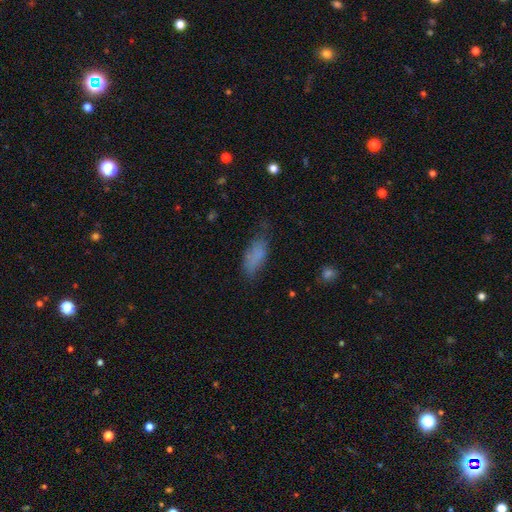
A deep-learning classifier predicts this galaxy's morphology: Q: Smooth or featured?
A: smooth (75%); runner-up: featured or disk (14%)
Q: How rounded?
A: in between (79%); runner-up: cigar-shaped (18%)
Q: Merging?
A: none (54%); runner-up: minor disturbance (30%)